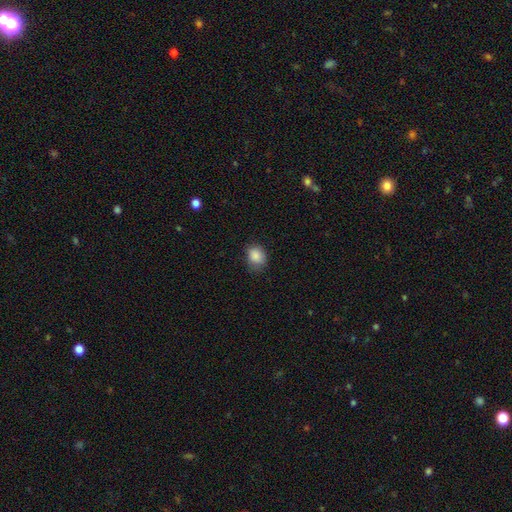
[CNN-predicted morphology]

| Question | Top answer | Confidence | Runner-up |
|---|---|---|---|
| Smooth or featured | smooth | 87% | star or artifact (9%) |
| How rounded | round | 50% | in between (49%) |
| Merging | none | 70% | minor disturbance (24%) |